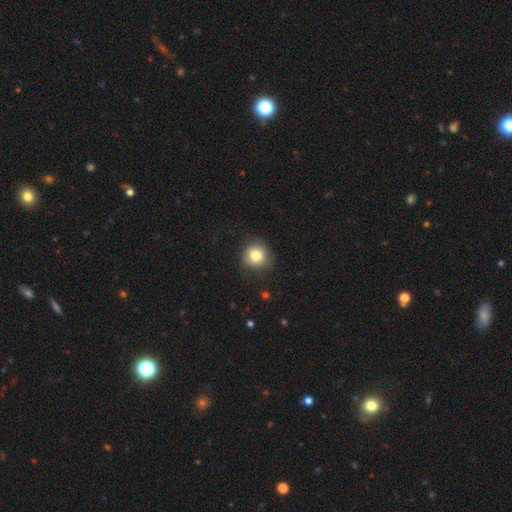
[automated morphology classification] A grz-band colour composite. It shows a smooth galaxy with no disk features (81%) that is round (92%). Merging: none (82%).